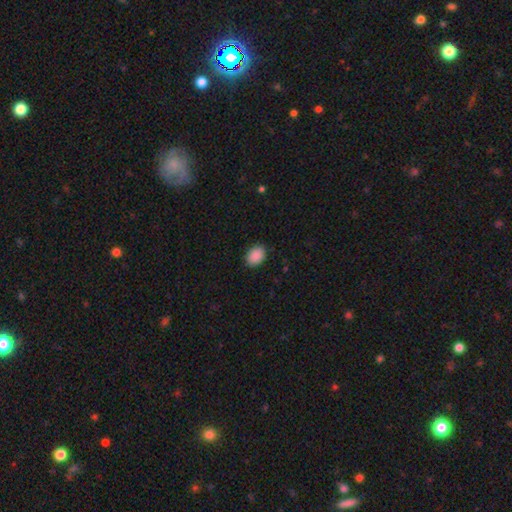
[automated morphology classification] smooth_or_featured: smooth (p=0.90) [alt: star or artifact p=0.08]
how_rounded: in between (p=0.67) [alt: round p=0.32]
merging: none (p=0.88) [alt: minor disturbance p=0.09]